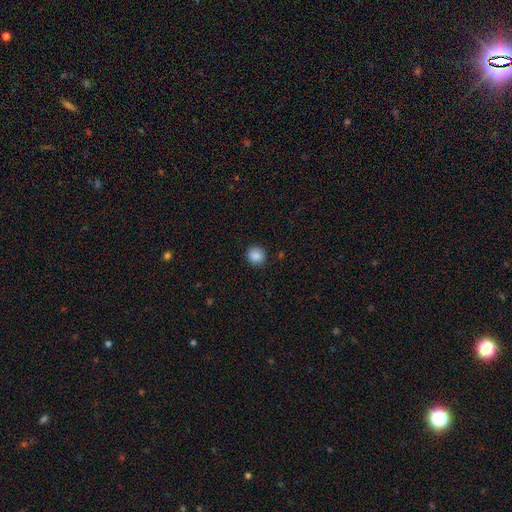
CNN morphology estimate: smooth-or-featured: smooth: 87% | star or artifact: 9% | featured or disk: 3%
  how-rounded: round: 92% | in between: 7% | cigar-shaped: 1%
  merging: none: 91% | minor disturbance: 7% | major disturbance: 2% | merger: 1%